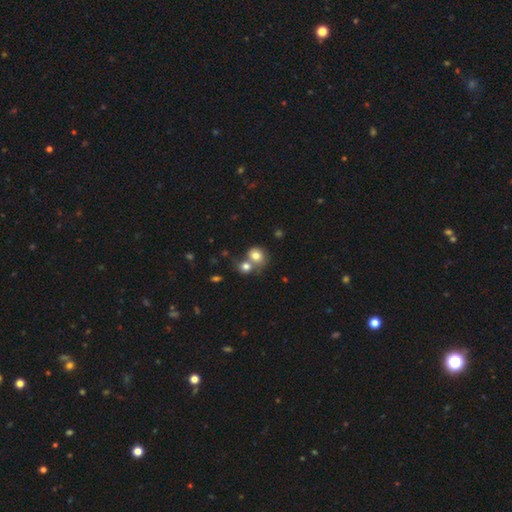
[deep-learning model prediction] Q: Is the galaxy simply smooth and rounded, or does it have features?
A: smooth — 77%.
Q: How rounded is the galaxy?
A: round — 75%.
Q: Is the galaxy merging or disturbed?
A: merger — 50%.